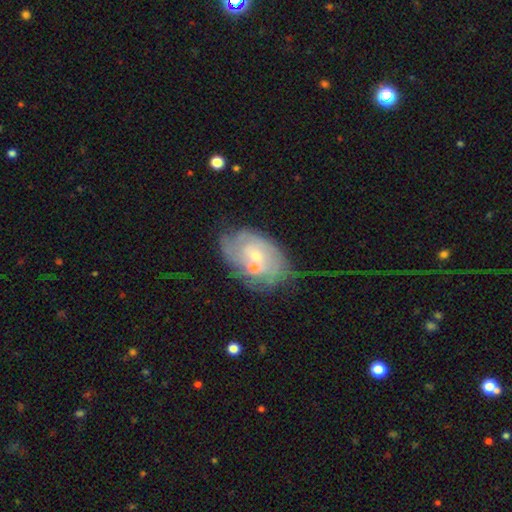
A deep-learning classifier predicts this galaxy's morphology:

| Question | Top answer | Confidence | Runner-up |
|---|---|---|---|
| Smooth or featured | featured or disk | 65% | smooth (27%) |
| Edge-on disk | no | 95% | yes (5%) |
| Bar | no | 71% | weak (24%) |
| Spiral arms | yes | 69% | no (31%) |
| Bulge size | small | 66% | moderate (29%) |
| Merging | none | 50% | minor disturbance (23%) |